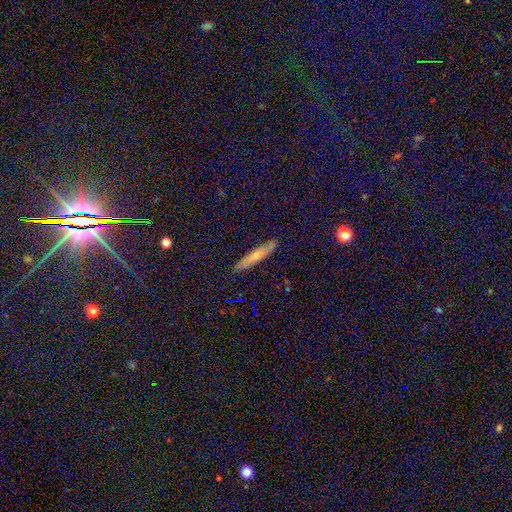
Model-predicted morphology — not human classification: This is likely a smooth galaxy (60%). How rounded: clearly cigar-shaped (88%). Merging: clearly none (89%).